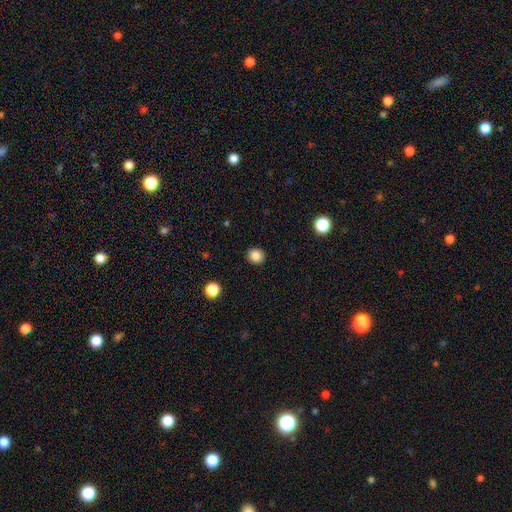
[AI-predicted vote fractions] This appears to be a smooth galaxy with no disk features (86%) that is round (88%). Merging: none (91%).